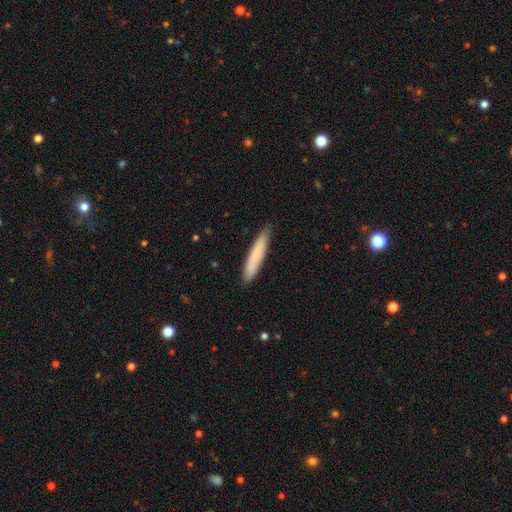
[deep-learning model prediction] The model was most divided on "smooth or featured": smooth: 75%, featured or disk: 19%, star or artifact: 6%. More confident: how rounded — cigar-shaped (92%); merging — none (85%).